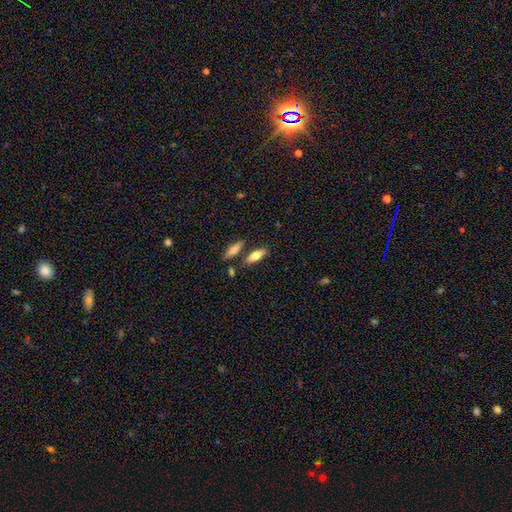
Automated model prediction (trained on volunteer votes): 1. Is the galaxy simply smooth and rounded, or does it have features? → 74% smooth, 19% featured or disk, 6% star or artifact.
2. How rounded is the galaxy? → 60% in between, 37% cigar-shaped, 3% round.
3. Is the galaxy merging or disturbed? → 72% none, 14% merger, 11% minor disturbance, 3% major disturbance.